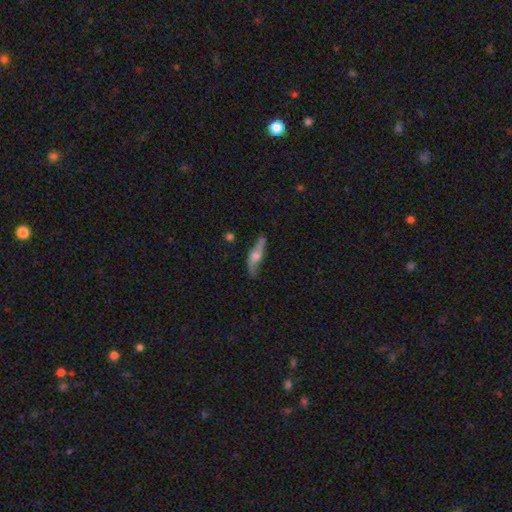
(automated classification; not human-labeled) featured or disk 56%, smooth 37%, star or artifact 7%. Down the decision tree: edge-on disk — yes (65%); merging — none (63%).